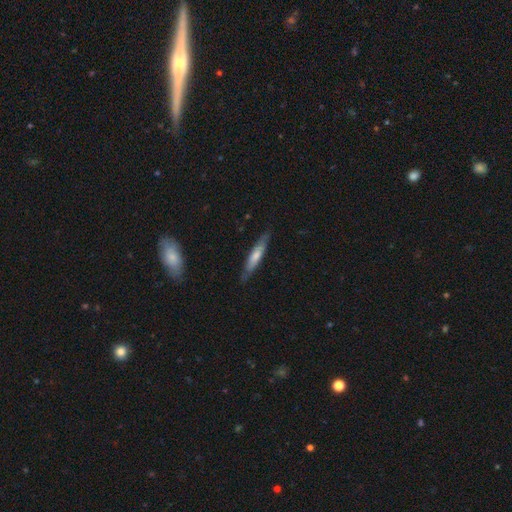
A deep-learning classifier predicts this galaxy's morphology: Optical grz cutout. It shows a smooth galaxy with no disk features (57%) that is cigar-shaped (86%). Merging: none (82%).